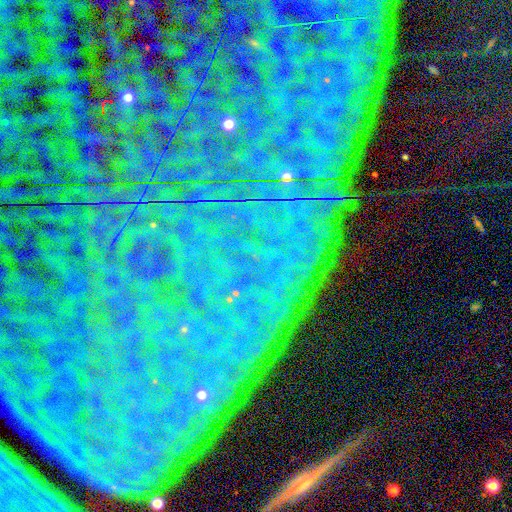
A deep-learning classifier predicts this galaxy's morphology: smooth_or_featured: star or artifact (p=0.83) [alt: featured or disk p=0.09]